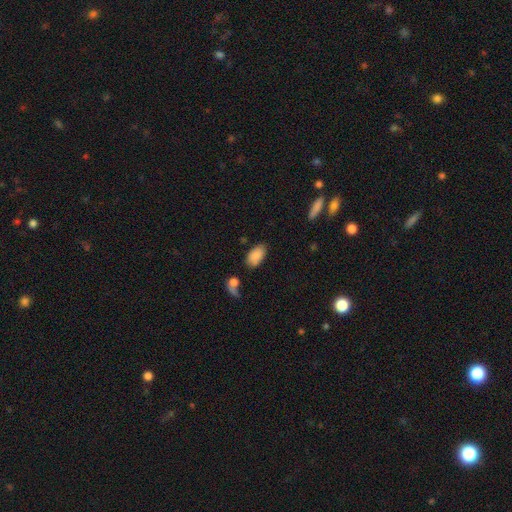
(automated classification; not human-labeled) The model was most divided on "merging": none: 72%, minor disturbance: 16%, merger: 7%, major disturbance: 5%. More confident: how rounded — in between (94%); smooth or featured — smooth (86%).